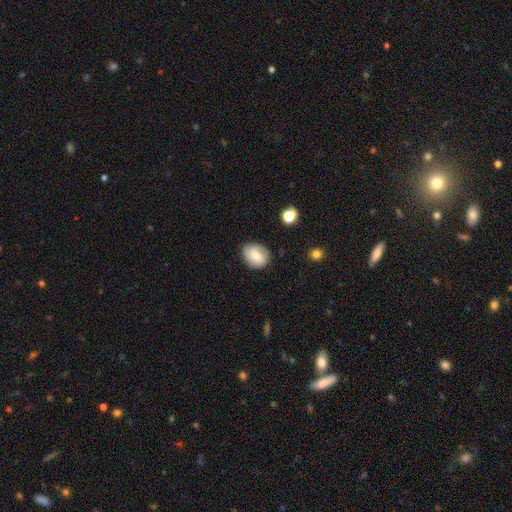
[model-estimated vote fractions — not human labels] smooth_or_featured: smooth (p=0.66) [alt: featured or disk p=0.25]
how_rounded: round (p=0.57) [alt: in between p=0.42]
merging: none (p=0.74) [alt: minor disturbance p=0.20]